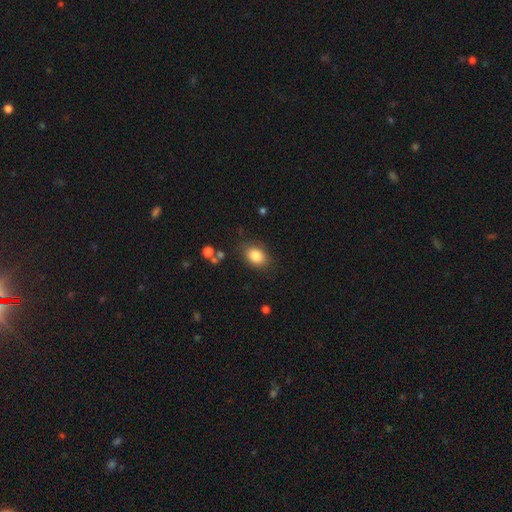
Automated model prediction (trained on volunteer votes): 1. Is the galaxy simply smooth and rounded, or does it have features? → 84% smooth, 9% star or artifact, 8% featured or disk.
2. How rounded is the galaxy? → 75% in between, 24% round, 1% cigar-shaped.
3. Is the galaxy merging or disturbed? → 82% none, 13% minor disturbance, 4% major disturbance, 2% merger.